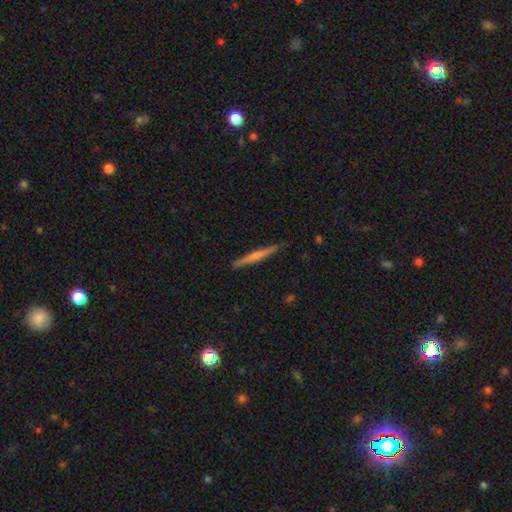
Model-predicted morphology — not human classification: Smooth or featured? featured or disk (62%)
Edge-on disk? yes (97%)
Edge-on bulge? rounded (64%)
Merging? none (90%)